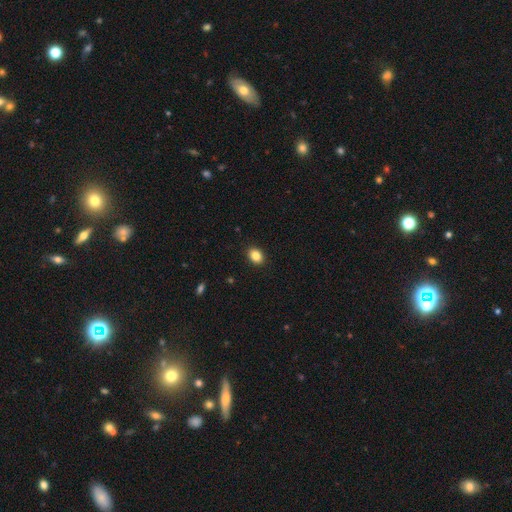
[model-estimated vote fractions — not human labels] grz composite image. It shows a smooth galaxy with no disk features (86%) that is in between round and cigar-shaped (63%). Merging: none (91%).